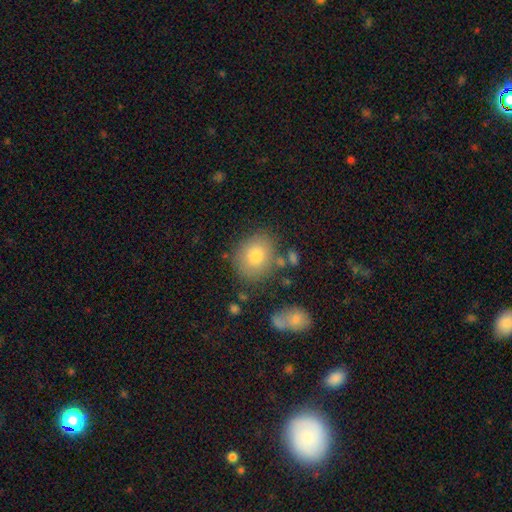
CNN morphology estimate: smooth_or_featured: smooth (p=0.78) [alt: featured or disk p=0.12]
how_rounded: round (p=0.61) [alt: in between p=0.38]
merging: none (p=0.76) [alt: minor disturbance p=0.14]